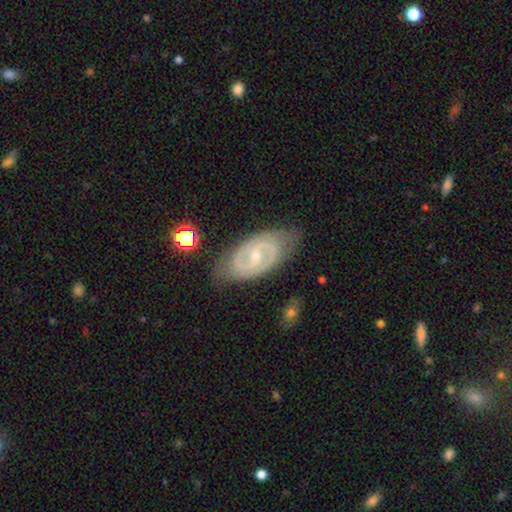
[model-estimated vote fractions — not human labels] The model was most divided on "bar": weak: 42%, no: 39%, strong: 19%. Remaining: edge-on disk — no (95%); spiral arms — yes (88%); smooth or featured — featured or disk (83%); spiral arm count — 2 (82%); merging — none (76%); bulge size — small (63%); spiral winding — tight (47%).